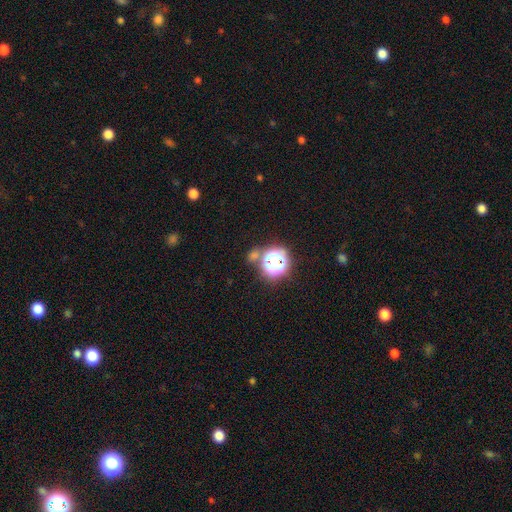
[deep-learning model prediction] smooth-or-featured: star or artifact: 59% | smooth: 32% | featured or disk: 9%